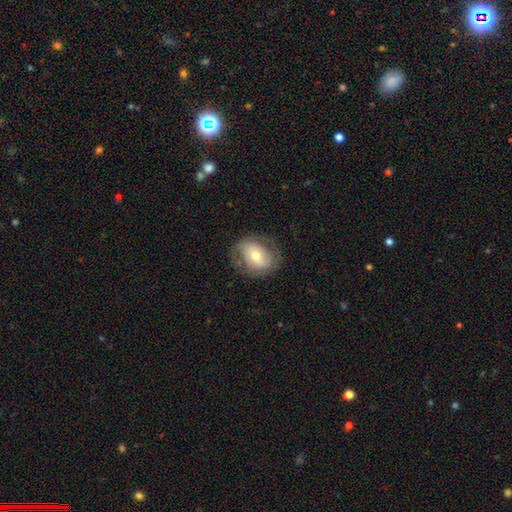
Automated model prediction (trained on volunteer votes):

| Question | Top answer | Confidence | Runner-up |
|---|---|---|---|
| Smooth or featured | featured or disk | 55% | smooth (38%) |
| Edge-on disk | no | 95% | yes (5%) |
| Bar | no | 43% | weak (35%) |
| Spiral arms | yes | 73% | no (27%) |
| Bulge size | moderate | 59% | small (32%) |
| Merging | none | 74% | minor disturbance (16%) |